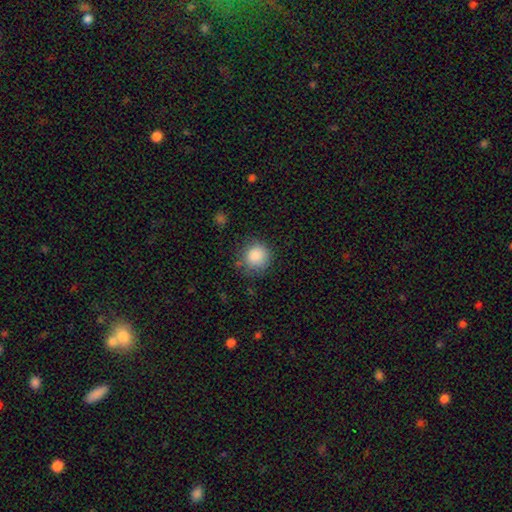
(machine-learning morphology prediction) Smooth or featured?
  - smooth: 87% *
  - star or artifact: 9%
  - featured or disk: 4%
How rounded?
  - round: 92% *
  - in between: 7%
  - cigar-shaped: 1%
Merging?
  - none: 79% *
  - minor disturbance: 15%
  - major disturbance: 5%
  - merger: 2%